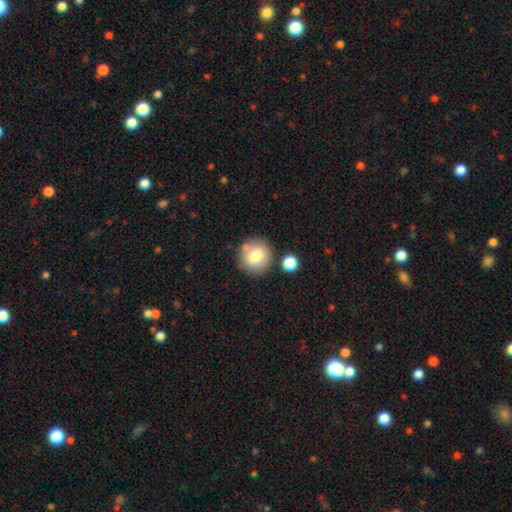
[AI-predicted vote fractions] A smooth galaxy with no disk features (76%) that is round (87%). Merging: none (76%).